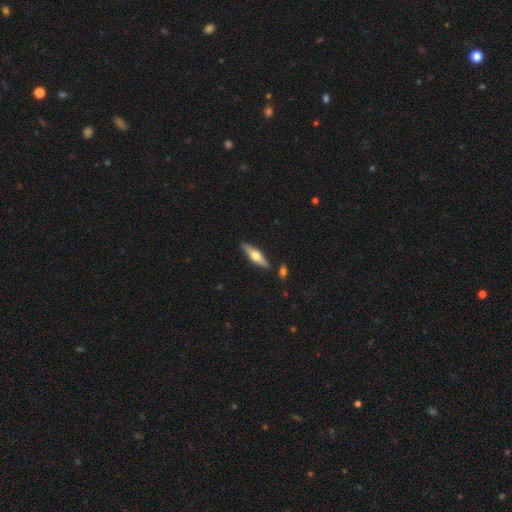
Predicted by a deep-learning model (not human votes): Overall: featured or disk (54%; smooth 40%). Edge-on disk: yes (92%). Merging: none (84%).